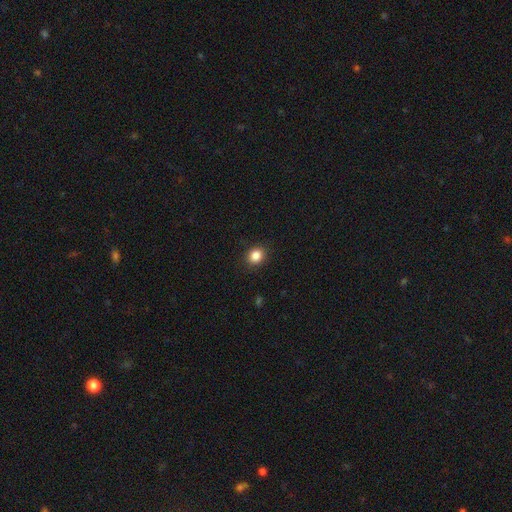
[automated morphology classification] Q: Smooth or featured?
A: smooth (86%); runner-up: star or artifact (10%)
Q: How rounded?
A: round (71%); runner-up: in between (28%)
Q: Merging?
A: none (90%); runner-up: minor disturbance (7%)